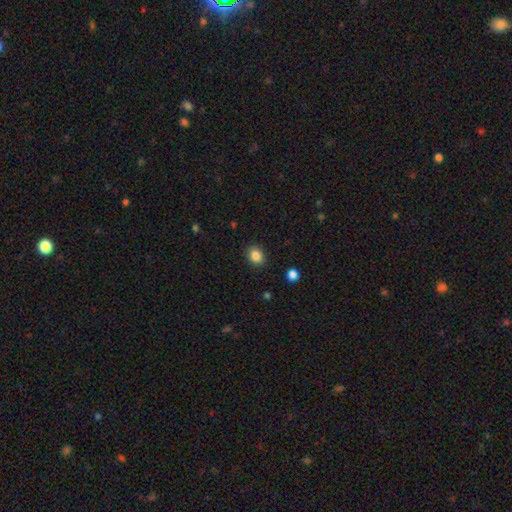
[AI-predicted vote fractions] Smooth or featured?
  - smooth: 85% *
  - star or artifact: 10%
  - featured or disk: 4%
How rounded?
  - round: 59% *
  - in between: 40%
  - cigar-shaped: 1%
Merging?
  - none: 89% *
  - minor disturbance: 7%
  - major disturbance: 2%
  - merger: 1%